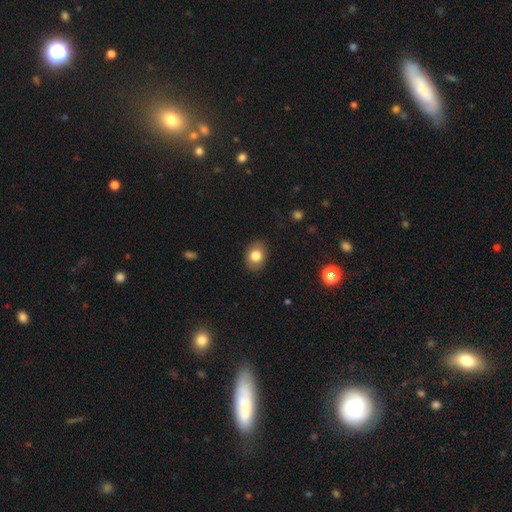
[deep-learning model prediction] A smooth galaxy with no disk features (80%) that is in between round and cigar-shaped (62%). Merging: none (85%).